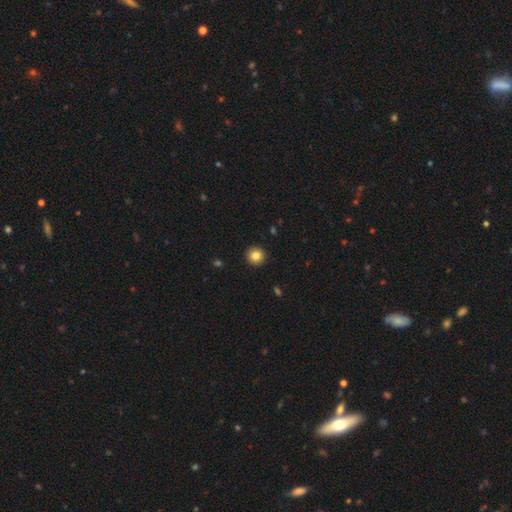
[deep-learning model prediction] smooth-or-featured: smooth: 84% | star or artifact: 10% | featured or disk: 7%
  how-rounded: round: 94% | in between: 5% | cigar-shaped: 1%
  merging: none: 93% | minor disturbance: 4% | major disturbance: 1% | merger: 1%